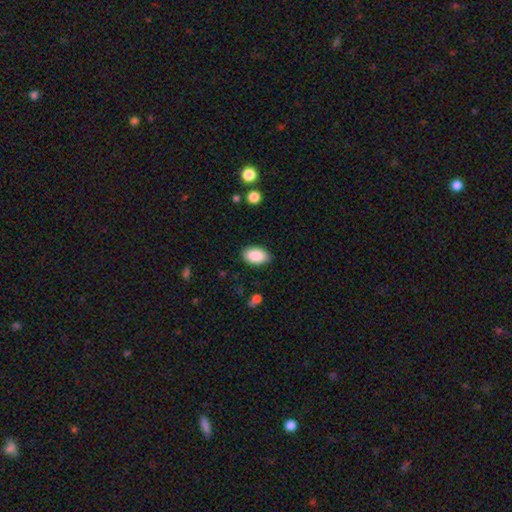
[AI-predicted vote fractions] Overall: smooth (89%). How rounded: in between (94%). Merging: none (87%).